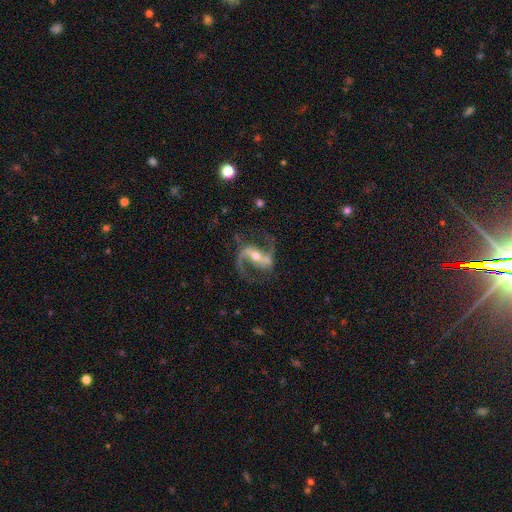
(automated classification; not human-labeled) Smooth or featured?
  - featured or disk: 92% *
  - star or artifact: 5%
  - smooth: 3%
Edge-on disk?
  - no: 97% *
  - yes: 3%
Bar?
  - strong: 57% *
  - weak: 28%
  - no: 15%
Spiral arms?
  - yes: 98% *
  - no: 2%
Spiral winding?
  - medium: 47% *
  - loose: 45%
  - tight: 8%
Spiral arm count?
  - 2: 93% *
  - 1: 2%
  - can't tell: 1%
  - 3: 1%
  - 4: 1%
  - more than 4: 1%
Bulge size?
  - moderate: 57% *
  - small: 38%
  - large: 3%
  - none: 1%
  - dominant: 1%
Merging?
  - none: 77% *
  - minor disturbance: 12%
  - major disturbance: 8%
  - merger: 2%